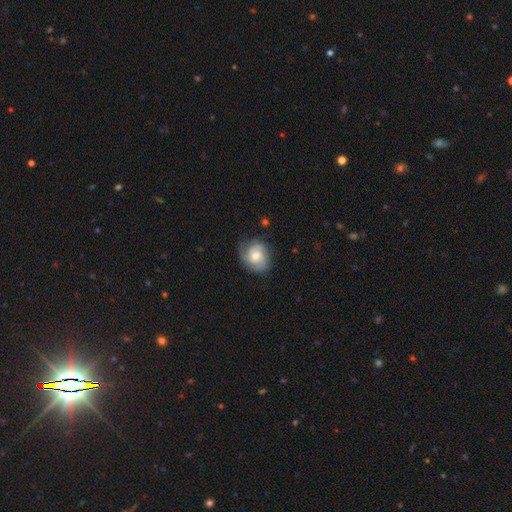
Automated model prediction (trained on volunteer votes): smooth_or_featured: featured or disk (p=0.58) [alt: smooth p=0.35]
disk_edge_on: no (p=0.97) [alt: yes p=0.03]
bar: no (p=0.72) [alt: weak p=0.24]
has_spiral_arms: yes (p=0.88) [alt: no p=0.12]
bulge_size: moderate (p=0.60) [alt: small p=0.33]
merging: none (p=0.71) [alt: minor disturbance p=0.21]